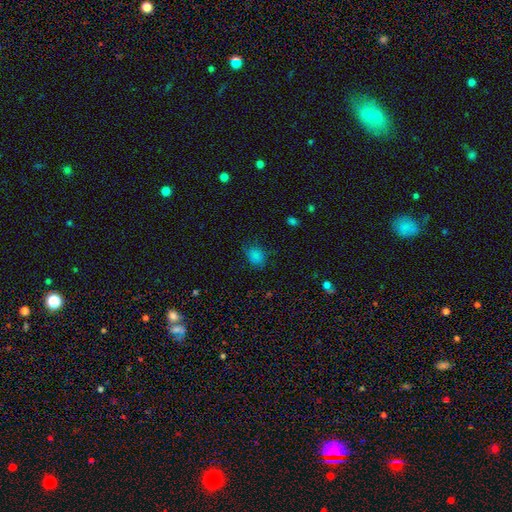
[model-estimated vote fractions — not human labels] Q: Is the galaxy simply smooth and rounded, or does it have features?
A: smooth — 81%.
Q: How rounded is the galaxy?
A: in between — 57%.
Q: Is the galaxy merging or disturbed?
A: none — 70%.